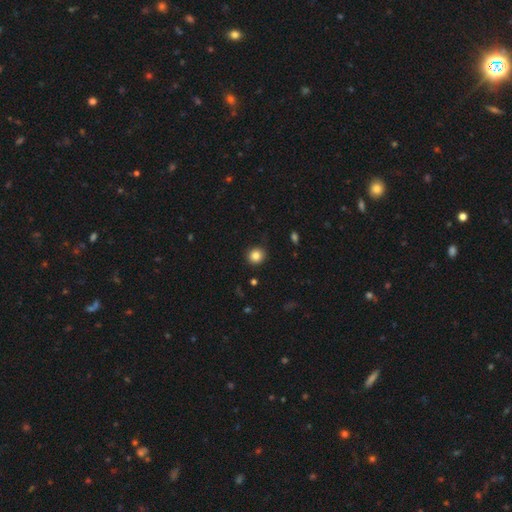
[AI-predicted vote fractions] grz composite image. It shows a smooth galaxy with no disk features (84%) that is round (91%). Merging: none (90%).